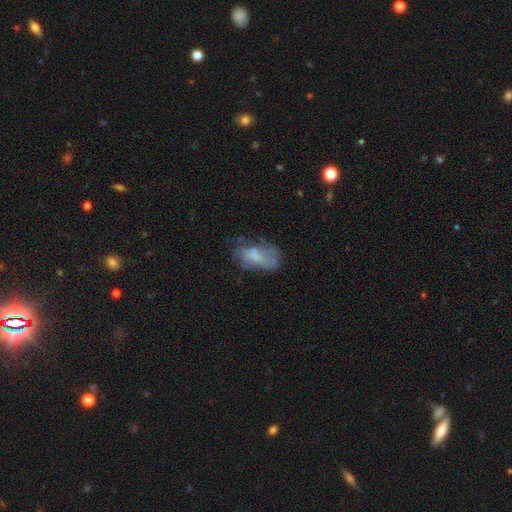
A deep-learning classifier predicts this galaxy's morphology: This is possibly a smooth galaxy (50%). Merging: marginally none (40%).